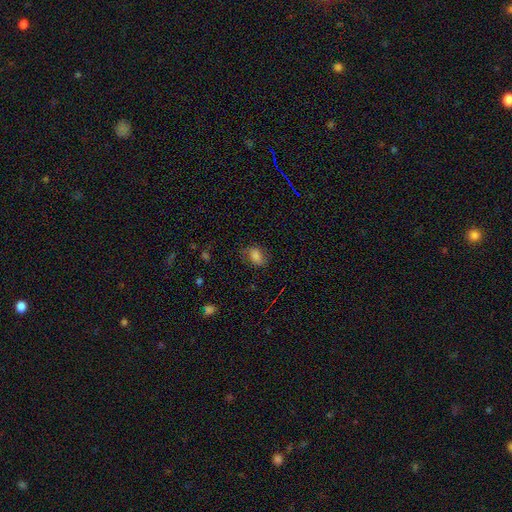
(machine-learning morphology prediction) smooth 75%, featured or disk 14%, star or artifact 11%. Down the decision tree: how rounded — in between (81%); merging — none (67%).